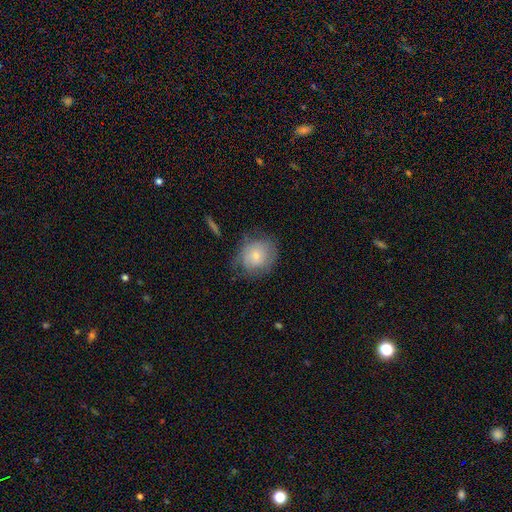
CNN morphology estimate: This appears to be a smooth galaxy with no disk features (63%) that is round (76%). Merging: none (63%).